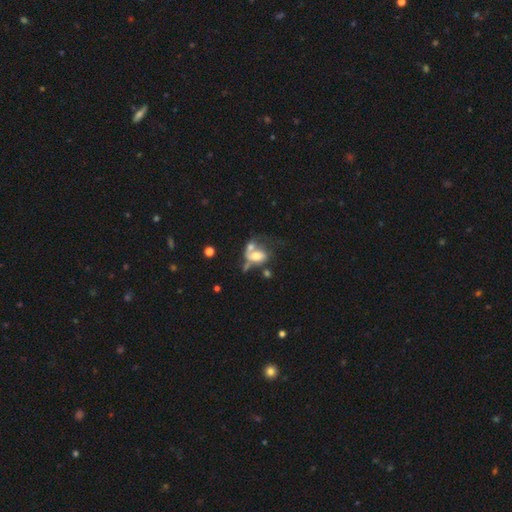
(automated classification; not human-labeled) Smooth or featured? Predicted: smooth (p=0.51). How rounded? Predicted: in between (p=0.76). Merging? Predicted: merger (p=0.46).